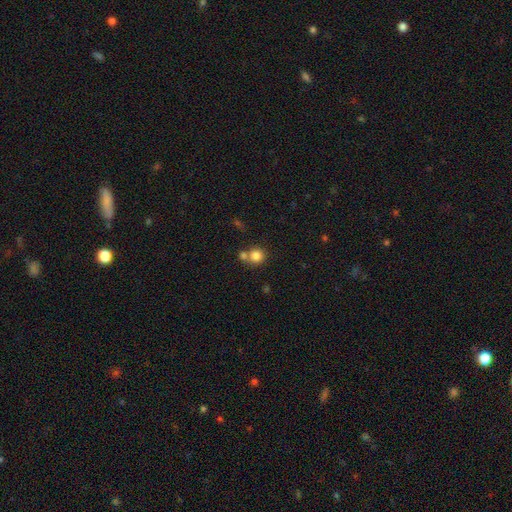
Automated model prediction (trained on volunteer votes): smooth-or-featured: smooth: 82% | star or artifact: 10% | featured or disk: 7%
  how-rounded: round: 89% | in between: 10% | cigar-shaped: 1%
  merging: none: 55% | merger: 33% | minor disturbance: 9% | major disturbance: 3%